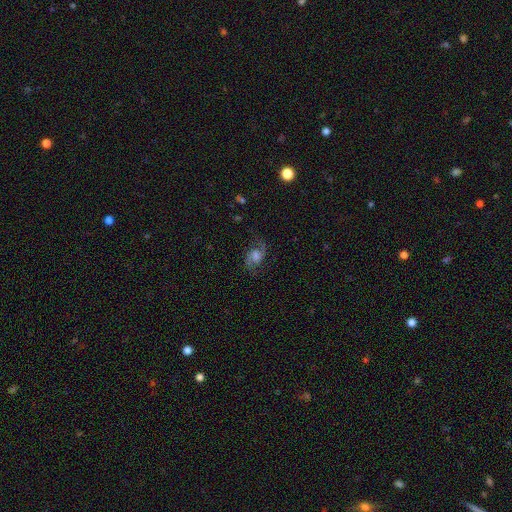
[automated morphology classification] smooth-or-featured: featured or disk: 73% | smooth: 17% | star or artifact: 10%
  disk-edge-on: no: 97% | yes: 3%
    bar: no: 48% | weak: 43% | strong: 9%
    has-spiral-arms: yes: 94% | no: 6%
      spiral-winding: loose: 47% | medium: 43% | tight: 10%
      spiral-arm-count: 2: 90% | can't tell: 3% | 1: 3% | 3: 1% | 4: 1% | more than 4: 1%
    bulge-size: moderate: 39% | small: 22% | large: 20% | none: 15% | dominant: 3%
  merging: none: 73% | minor disturbance: 16% | major disturbance: 10% | merger: 2%